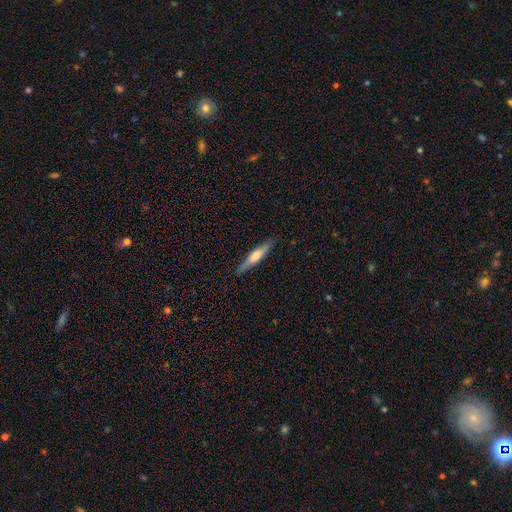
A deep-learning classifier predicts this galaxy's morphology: type=featured or disk (49%); merging=none (89%).